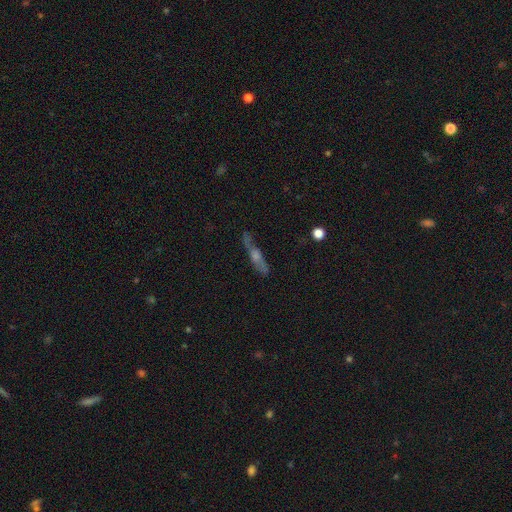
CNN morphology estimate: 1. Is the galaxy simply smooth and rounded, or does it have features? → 60% featured or disk, 27% smooth, 14% star or artifact.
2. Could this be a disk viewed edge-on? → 74% yes, 26% no.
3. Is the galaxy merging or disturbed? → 67% none, 20% minor disturbance, 10% major disturbance, 3% merger.